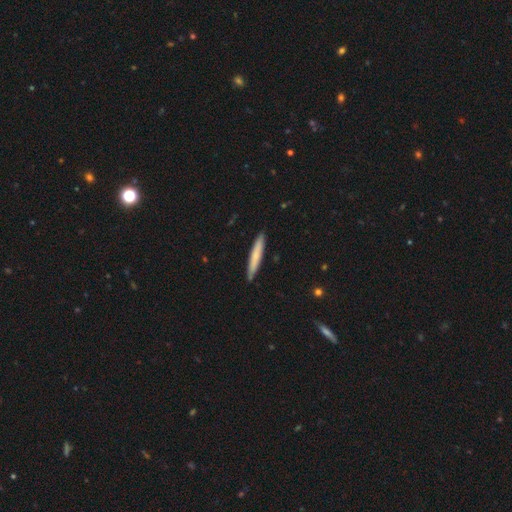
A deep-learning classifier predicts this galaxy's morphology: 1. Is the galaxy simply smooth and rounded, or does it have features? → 72% smooth, 23% featured or disk, 5% star or artifact.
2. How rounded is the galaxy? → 95% cigar-shaped, 4% in between, 1% round.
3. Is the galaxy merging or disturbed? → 90% none, 7% minor disturbance, 1% major disturbance, 1% merger.